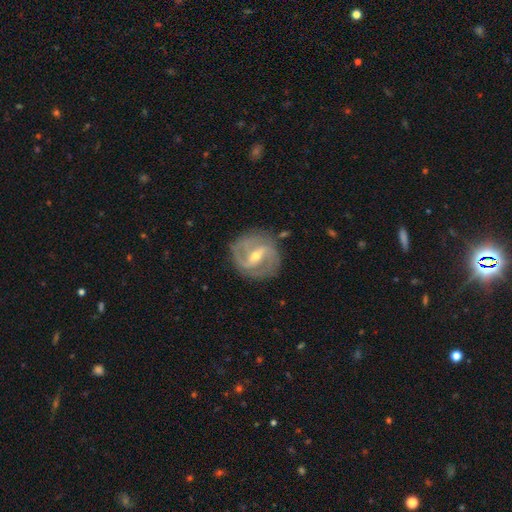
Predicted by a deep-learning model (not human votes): Smooth or featured?
  - featured or disk: 87% *
  - smooth: 8%
  - star or artifact: 5%
Edge-on disk?
  - no: 96% *
  - yes: 4%
Bar?
  - strong: 51% *
  - weak: 38%
  - no: 12%
Spiral arms?
  - yes: 94% *
  - no: 6%
Spiral winding?
  - medium: 48% *
  - tight: 35%
  - loose: 17%
Spiral arm count?
  - 2: 72% *
  - 3: 11%
  - can't tell: 9%
  - 4: 2%
  - 1: 2%
  - more than 4: 2%
Bulge size?
  - moderate: 51% *
  - small: 46%
  - large: 1%
  - none: 1%
  - dominant: 1%
Merging?
  - none: 81% *
  - minor disturbance: 13%
  - major disturbance: 4%
  - merger: 2%